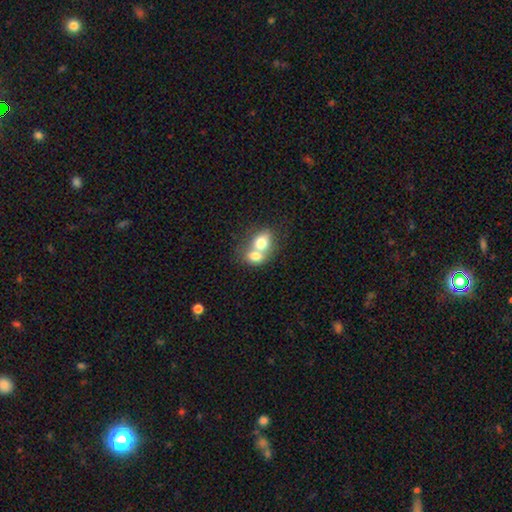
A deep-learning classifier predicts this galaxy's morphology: smooth 72%, featured or disk 20%, star or artifact 9%. Down the decision tree: how rounded — in between (51%); merging — merger (75%).